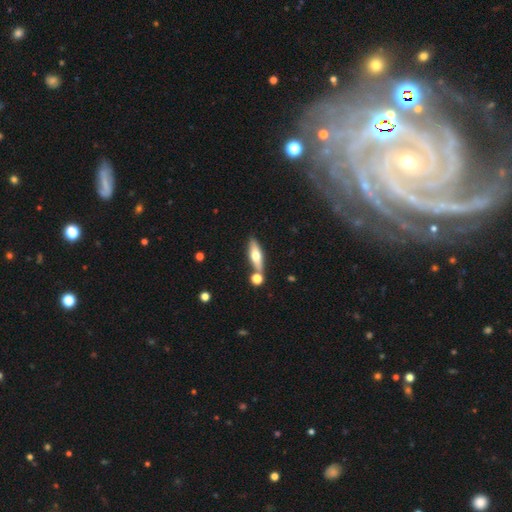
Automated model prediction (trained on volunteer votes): A smooth galaxy with no disk features (50%) that is cigar-shaped (57%). Merging: none (71%).